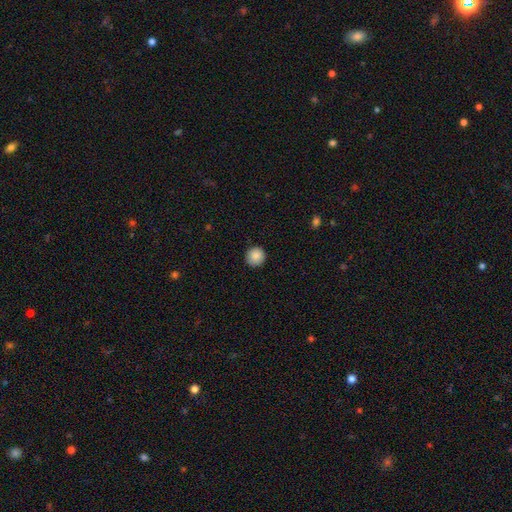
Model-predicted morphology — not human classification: type=smooth (88%); roundness=round (95%); merging=none (90%).